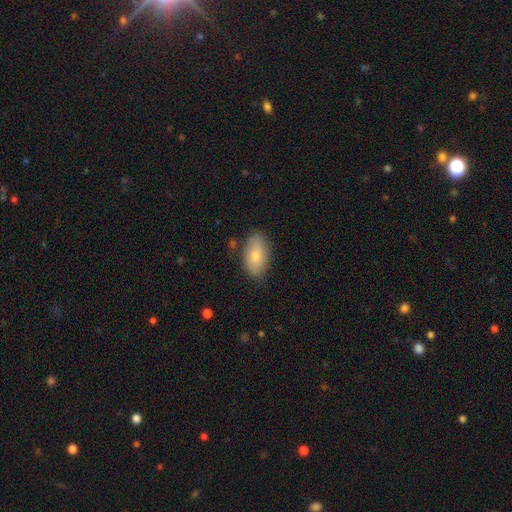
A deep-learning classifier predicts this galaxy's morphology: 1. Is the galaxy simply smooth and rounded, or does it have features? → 72% smooth, 22% featured or disk, 6% star or artifact.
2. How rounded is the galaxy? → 93% in between, 5% round, 3% cigar-shaped.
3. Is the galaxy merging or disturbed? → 76% none, 19% minor disturbance, 3% major disturbance, 2% merger.